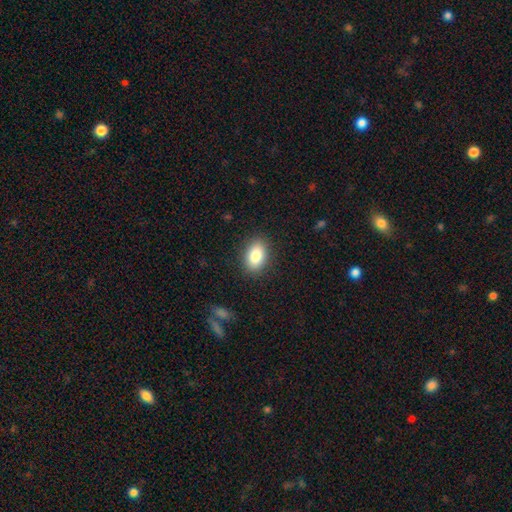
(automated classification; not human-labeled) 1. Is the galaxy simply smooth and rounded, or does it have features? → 84% smooth, 9% featured or disk, 8% star or artifact.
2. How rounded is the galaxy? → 86% in between, 12% round, 2% cigar-shaped.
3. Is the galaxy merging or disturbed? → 88% none, 8% minor disturbance, 2% major disturbance, 1% merger.